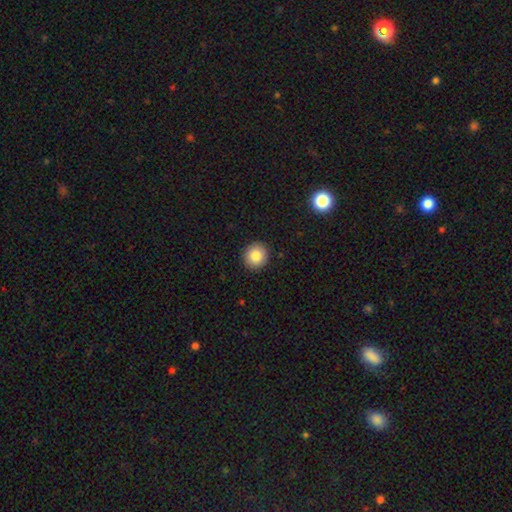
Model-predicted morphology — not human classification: The model was most divided on "smooth or featured": smooth: 84%, star or artifact: 9%, featured or disk: 6%. More confident: merging — none (92%); how rounded — round (92%).